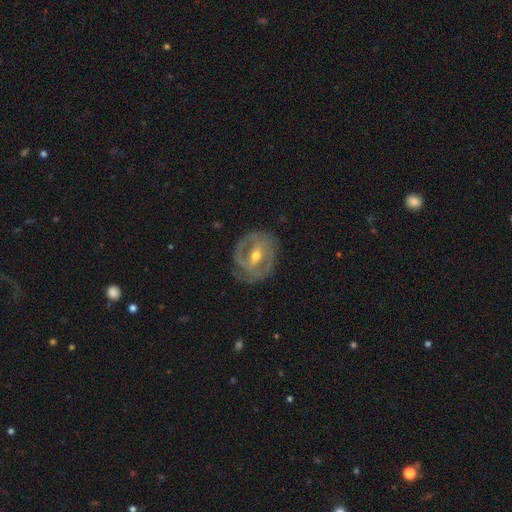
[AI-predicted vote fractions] Smooth or featured? featured or disk (85%)
Edge-on disk? no (95%)
Bar? strong (45%)
Spiral arms? yes (84%)
Spiral winding? tight (58%)
Spiral arm count? 2 (67%)
Bulge size? moderate (61%)
Merging? none (76%)